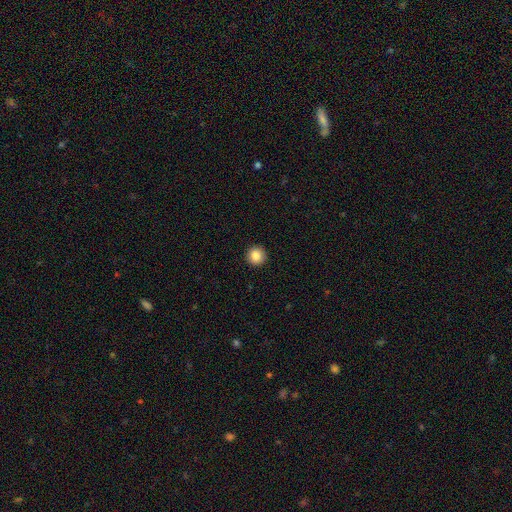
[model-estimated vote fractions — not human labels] A smooth galaxy with no disk features (85%) that is round (95%). Merging: none (93%).